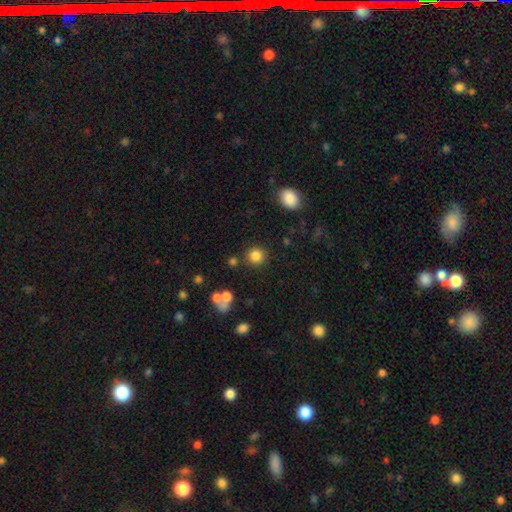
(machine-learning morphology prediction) smooth 82%, star or artifact 12%, featured or disk 6%. Down the decision tree: how rounded — round (91%); merging — none (83%).